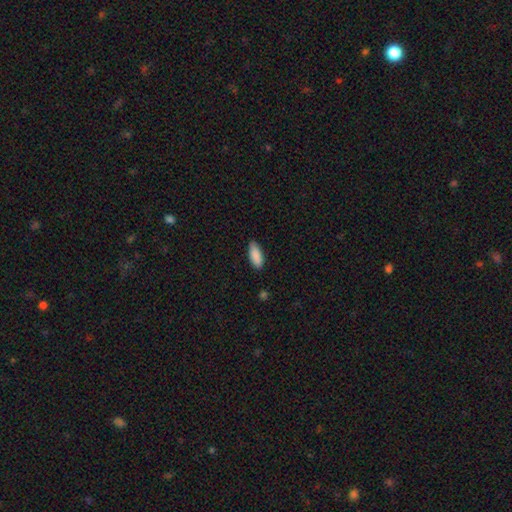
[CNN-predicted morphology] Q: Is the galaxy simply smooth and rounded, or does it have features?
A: smooth — 90%.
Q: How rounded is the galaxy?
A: in between — 77%.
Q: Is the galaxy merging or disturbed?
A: none — 85%.